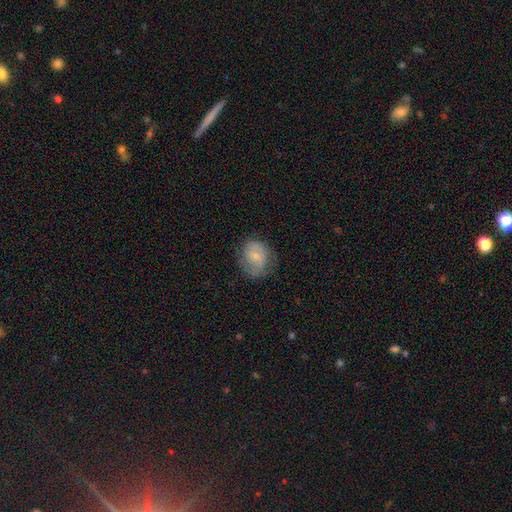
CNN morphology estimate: Smooth or featured?
  - smooth: 59% *
  - featured or disk: 34%
  - star or artifact: 8%
How rounded?
  - round: 58% *
  - in between: 41%
  - cigar-shaped: 1%
Merging?
  - none: 64% *
  - minor disturbance: 24%
  - major disturbance: 10%
  - merger: 1%